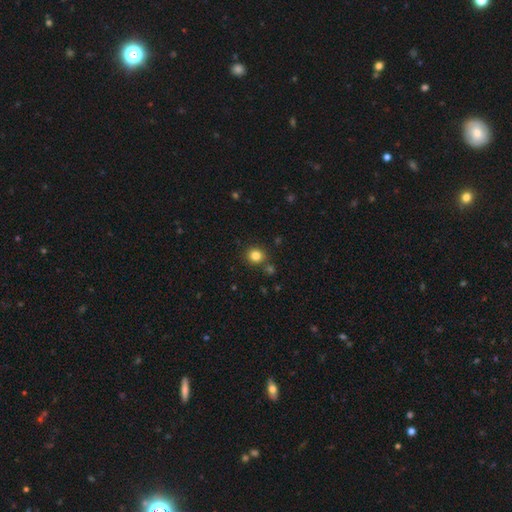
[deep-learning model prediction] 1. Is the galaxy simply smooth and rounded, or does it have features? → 82% smooth, 13% star or artifact, 5% featured or disk.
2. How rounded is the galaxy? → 88% round, 11% in between, 1% cigar-shaped.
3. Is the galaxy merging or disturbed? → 84% none, 8% minor disturbance, 6% merger, 2% major disturbance.